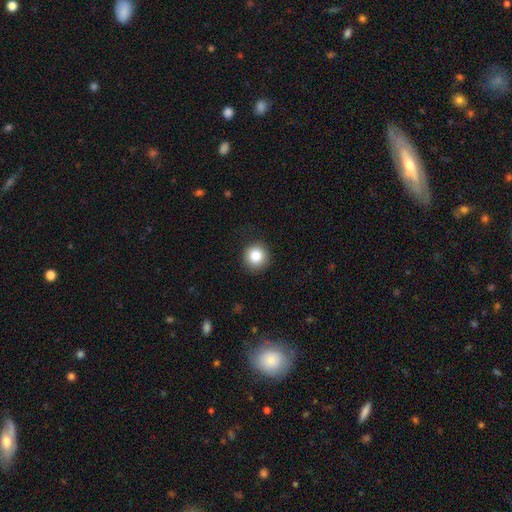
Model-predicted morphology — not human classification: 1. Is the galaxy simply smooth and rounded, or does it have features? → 83% smooth, 10% star or artifact, 7% featured or disk.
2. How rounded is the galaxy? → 94% round, 6% in between, 1% cigar-shaped.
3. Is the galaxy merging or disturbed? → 89% none, 8% minor disturbance, 2% major disturbance, 1% merger.